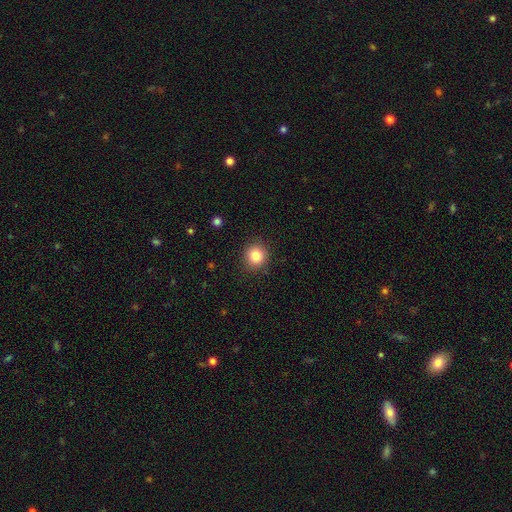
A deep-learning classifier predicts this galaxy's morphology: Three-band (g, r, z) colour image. It shows a smooth galaxy with no disk features (83%) that is round (89%). Merging: none (89%).